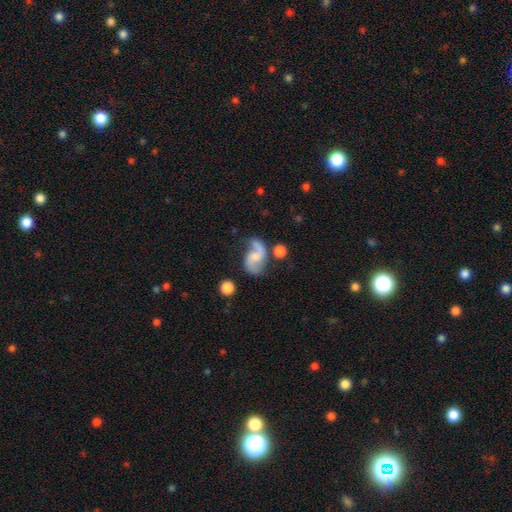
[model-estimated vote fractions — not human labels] Overall: featured or disk (76%). Edge-on disk: no (98%). Bar: no (50%; weak 40%). Spiral arms: yes (93%). Spiral arm count: 2 (88%). Spiral winding: loose (62%; medium 30%). Bulge size: small (38%; moderate 31%). Merging: none (52%; minor disturbance 21%).